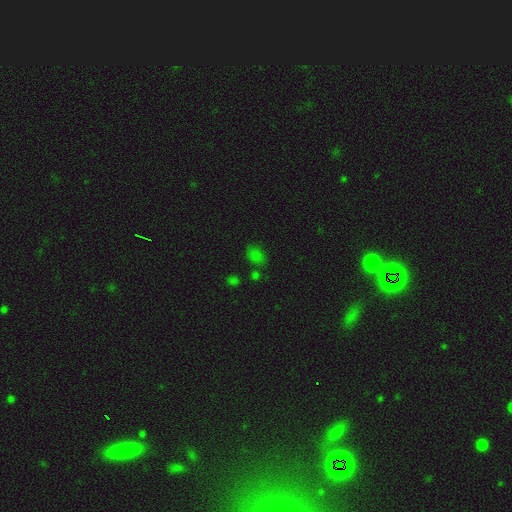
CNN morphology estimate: This is likely a smooth galaxy (68%). How rounded: likely in between (69%). Merging: likely none (66%).